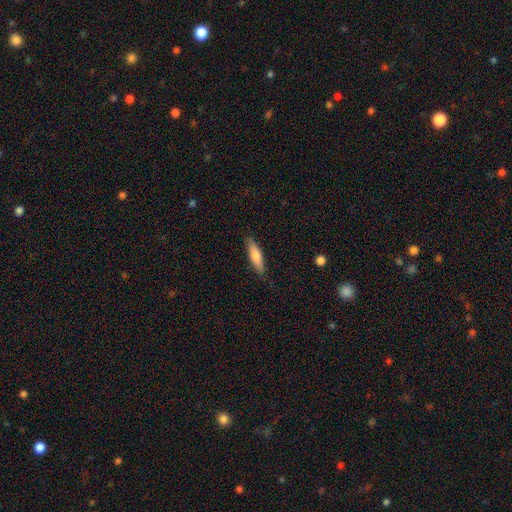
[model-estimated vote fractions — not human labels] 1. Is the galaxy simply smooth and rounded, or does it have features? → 72% smooth, 22% featured or disk, 6% star or artifact.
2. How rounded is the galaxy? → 71% cigar-shaped, 27% in between, 2% round.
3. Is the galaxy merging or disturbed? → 85% none, 11% minor disturbance, 2% major disturbance, 1% merger.